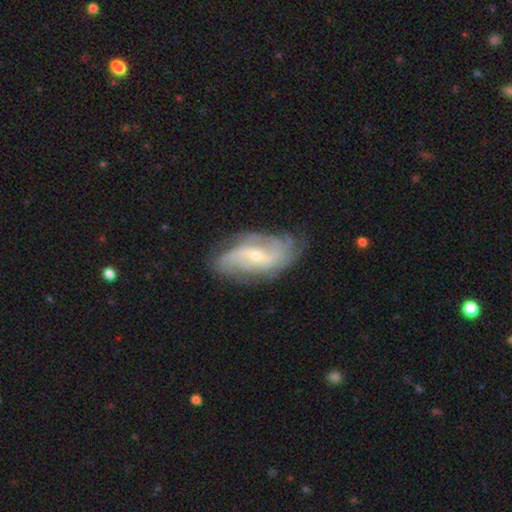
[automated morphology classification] featured or disk 85%, smooth 9%, star or artifact 6%. Down the decision tree: edge-on disk — no (95%); bar — weak (45%); spiral arms — yes (95%); spiral arm count — 2 (39%); spiral winding — medium (43%); bulge size — small (72%); merging — none (72%).